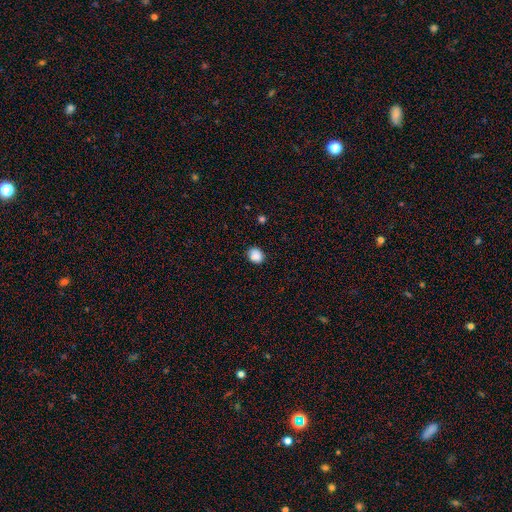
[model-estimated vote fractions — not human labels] A smooth galaxy with no disk features (85%) that is round (57%).

Vote fractions:
- Smooth or featured? smooth: 85% / star or artifact: 10% / featured or disk: 5%
- How rounded? round: 57% / in between: 42% / cigar-shaped: 1%
- Merging? none: 77% / minor disturbance: 17% / major disturbance: 3% / merger: 3%